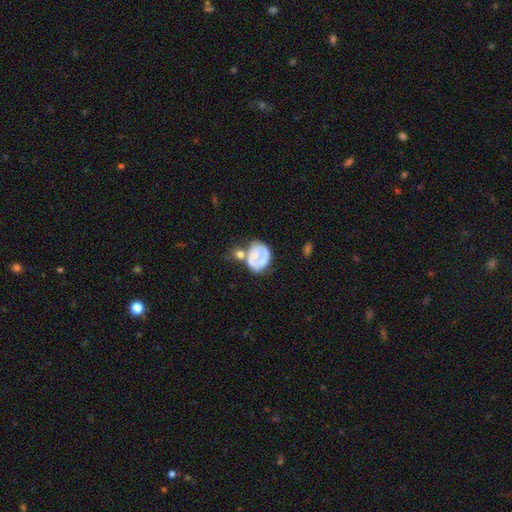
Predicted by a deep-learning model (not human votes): Overall: featured or disk (52%; smooth 40%). Edge-on disk: no (98%). Bar: no (81%). Spiral arms: no (72%). Bulge size: moderate (38%; small 29%). Merging: none (32%; merger 30%).